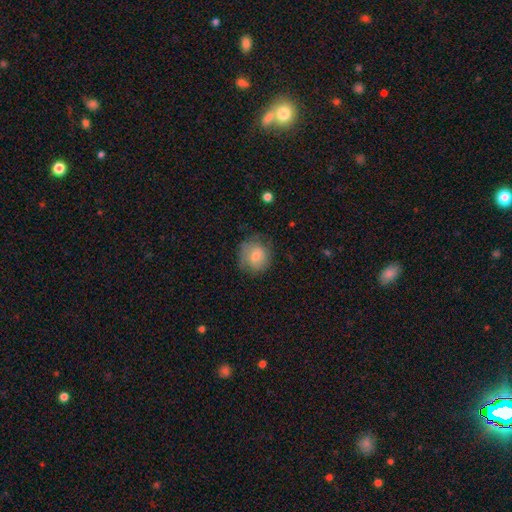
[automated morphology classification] The model was most divided on "smooth or featured": smooth: 67%, featured or disk: 25%, star or artifact: 8%. More confident: how rounded — round (79%); merging — none (68%).